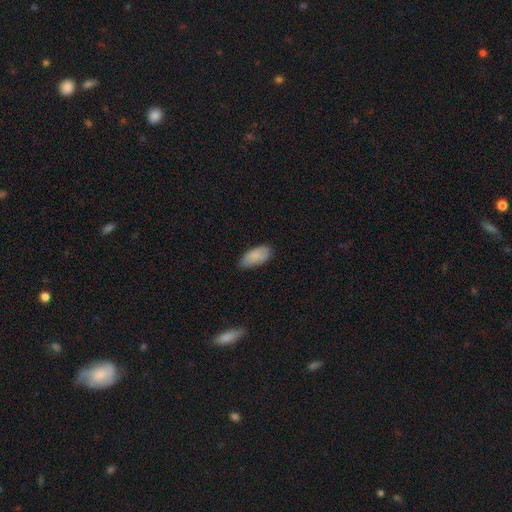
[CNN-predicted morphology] Smooth or featured: smooth — 87% (featured or disk — 7%)
How rounded: in between — 91% (cigar-shaped — 7%)
Merging: none — 73% (minor disturbance — 23%)